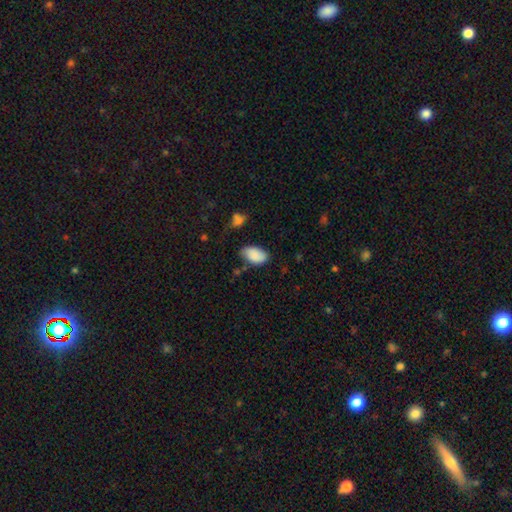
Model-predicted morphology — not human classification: Smooth or featured?
  - smooth: 85% *
  - featured or disk: 8%
  - star or artifact: 7%
How rounded?
  - in between: 93% *
  - round: 5%
  - cigar-shaped: 1%
Merging?
  - none: 68% *
  - minor disturbance: 23%
  - major disturbance: 5%
  - merger: 3%